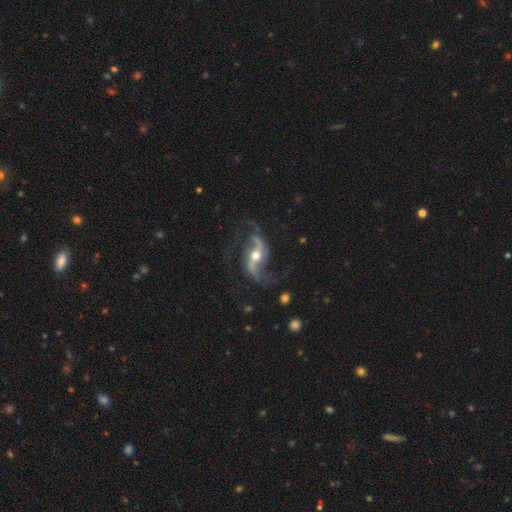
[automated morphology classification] A featured or disk galaxy (91%) with a strong bar (43%), 2 (93%) loose (71%) spiral arms (97%) and a moderate central bulge (69%). Merging: none (71%).